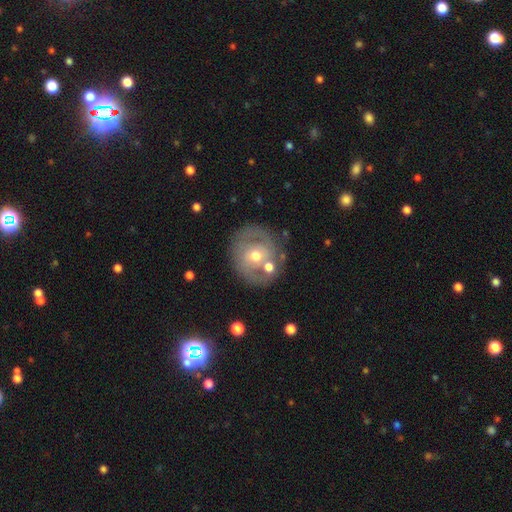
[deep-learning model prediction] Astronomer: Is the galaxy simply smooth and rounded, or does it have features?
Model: featured or disk — 65%.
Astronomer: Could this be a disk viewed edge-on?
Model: no — 96%.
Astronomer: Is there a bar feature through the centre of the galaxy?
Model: no — 67%.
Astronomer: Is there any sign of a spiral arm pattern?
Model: yes — 61% (runner-up: no, 39%).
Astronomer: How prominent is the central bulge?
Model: moderate — 68%.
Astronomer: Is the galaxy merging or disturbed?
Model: none — 72%.